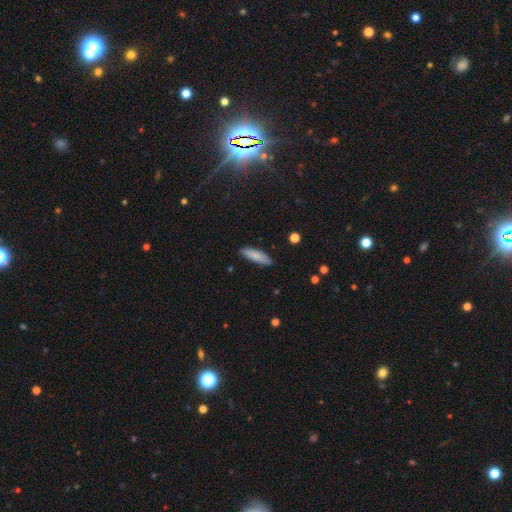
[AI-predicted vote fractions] smooth_or_featured: smooth (p=0.82) [alt: featured or disk p=0.12]
how_rounded: cigar-shaped (p=0.61) [alt: in between p=0.38]
merging: none (p=0.86) [alt: minor disturbance p=0.11]